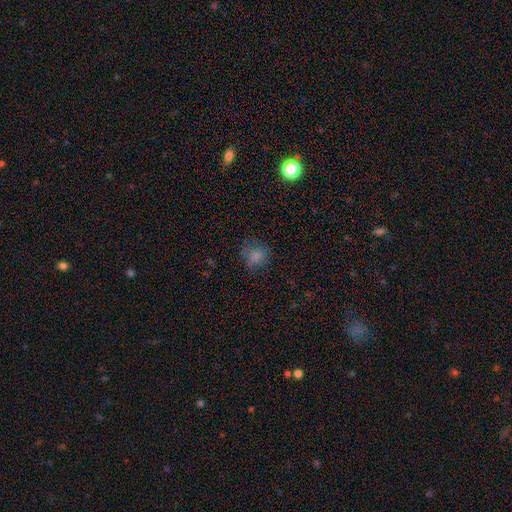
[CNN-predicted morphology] smooth_or_featured: smooth (p=0.72) [alt: star or artifact p=0.16]
how_rounded: round (p=0.80) [alt: in between p=0.19]
merging: none (p=0.68) [alt: minor disturbance p=0.20]